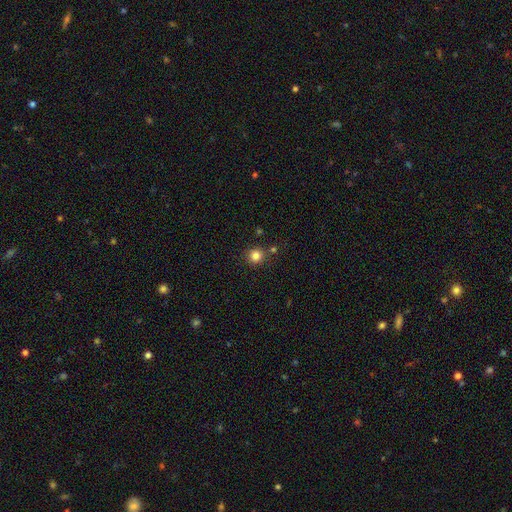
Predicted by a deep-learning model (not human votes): Q: Smooth or featured?
A: smooth (82%); runner-up: star or artifact (13%)
Q: How rounded?
A: round (92%); runner-up: in between (7%)
Q: Merging?
A: none (83%); runner-up: minor disturbance (8%)